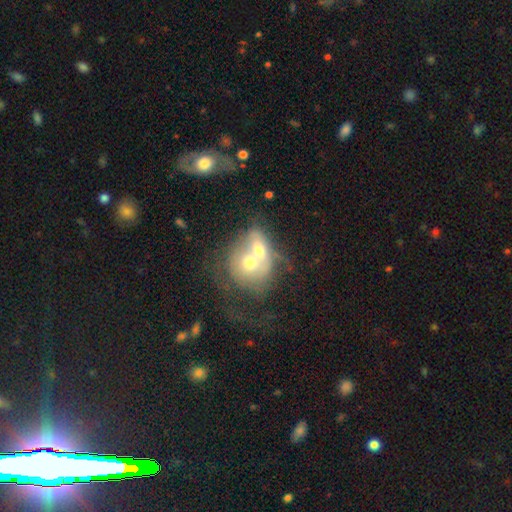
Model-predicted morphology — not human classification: type=smooth (46%); merging=merger (76%).